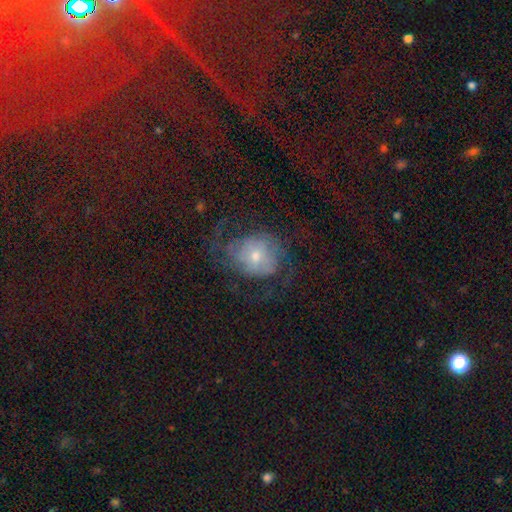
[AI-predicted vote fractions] Morphology: type=featured or disk (58%); edge-on=no (96%); bar=no (70%); spiral arms=yes (67%); bulge=small (51%); merging=none (47%).